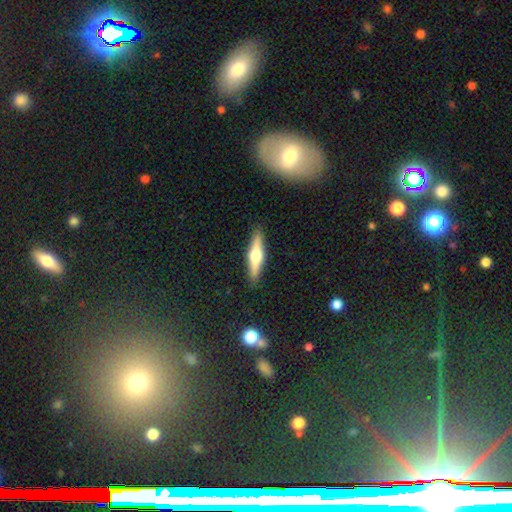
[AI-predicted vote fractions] featured or disk 59%, smooth 35%, star or artifact 6%. Down the decision tree: edge-on disk — yes (96%); edge-on bulge — rounded (94%); merging — none (90%).